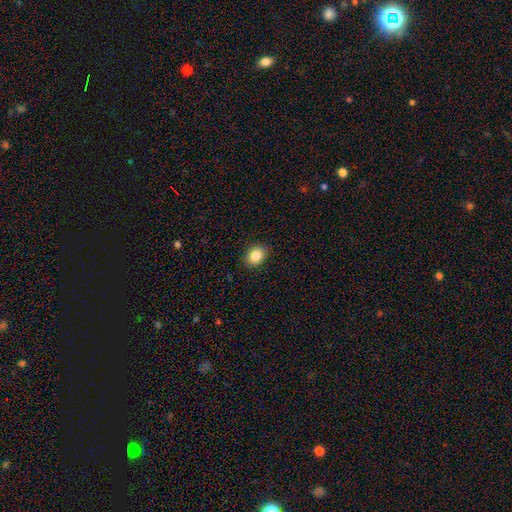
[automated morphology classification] Smooth or featured?
  - smooth: 86% *
  - star or artifact: 9%
  - featured or disk: 5%
How rounded?
  - in between: 56% *
  - round: 43%
  - cigar-shaped: 1%
Merging?
  - none: 88% *
  - minor disturbance: 9%
  - major disturbance: 2%
  - merger: 1%